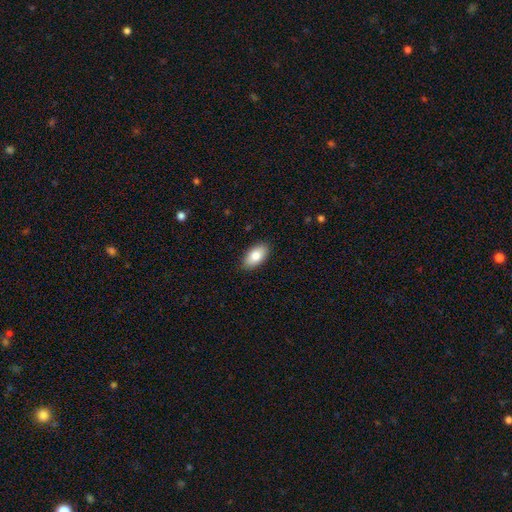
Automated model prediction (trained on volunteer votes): Overall: smooth (84%). How rounded: in between (95%). Merging: none (89%).